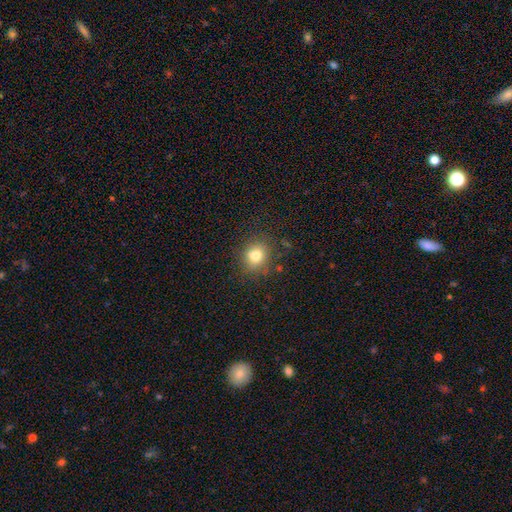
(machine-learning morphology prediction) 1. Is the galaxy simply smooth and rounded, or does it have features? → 79% smooth, 13% star or artifact, 9% featured or disk.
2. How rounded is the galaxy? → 71% round, 28% in between, 1% cigar-shaped.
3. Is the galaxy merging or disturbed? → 82% none, 12% minor disturbance, 4% major disturbance, 2% merger.